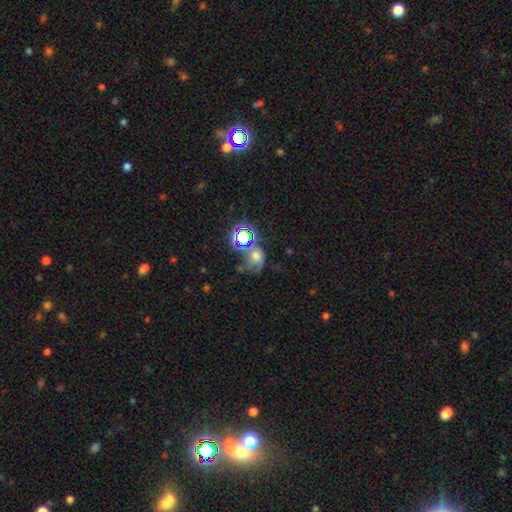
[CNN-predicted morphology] The model was most divided on "merging": none: 34%, major disturbance: 26%, minor disturbance: 20%, merger: 20%. Remaining: smooth or featured — smooth (45%).